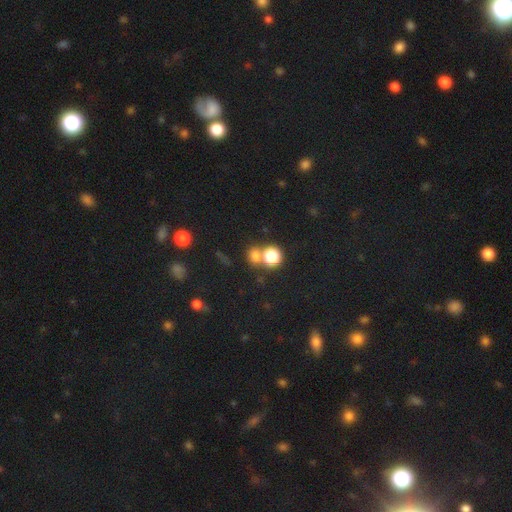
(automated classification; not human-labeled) smooth-or-featured: smooth: 71% | star or artifact: 21% | featured or disk: 8%
  how-rounded: round: 79% | in between: 20% | cigar-shaped: 1%
  merging: none: 51% | merger: 37% | minor disturbance: 8% | major disturbance: 4%